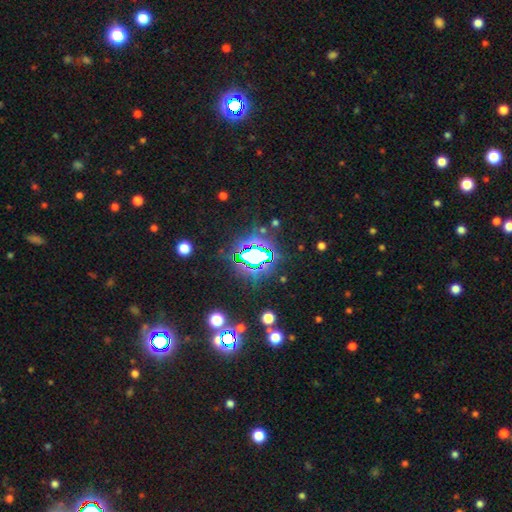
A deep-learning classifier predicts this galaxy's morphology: Smooth or featured? Predicted: star or artifact (p=0.79).